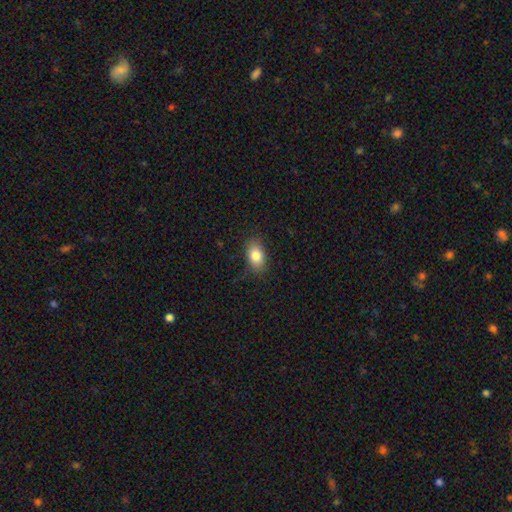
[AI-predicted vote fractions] A smooth galaxy with no disk features (83%) that is in between round and cigar-shaped (87%). Merging: none (84%).